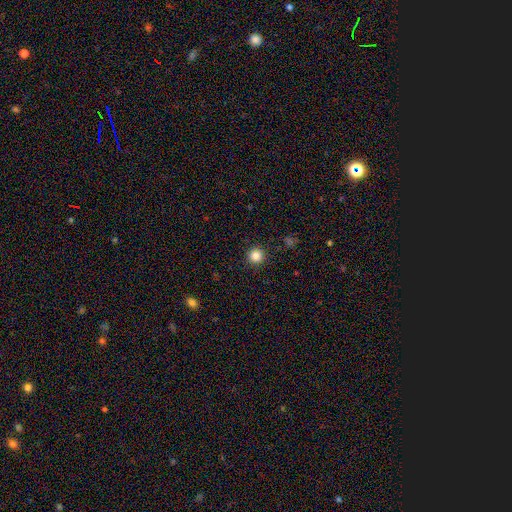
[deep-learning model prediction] Smooth or featured? smooth (85%)
How rounded? round (96%)
Merging? none (92%)